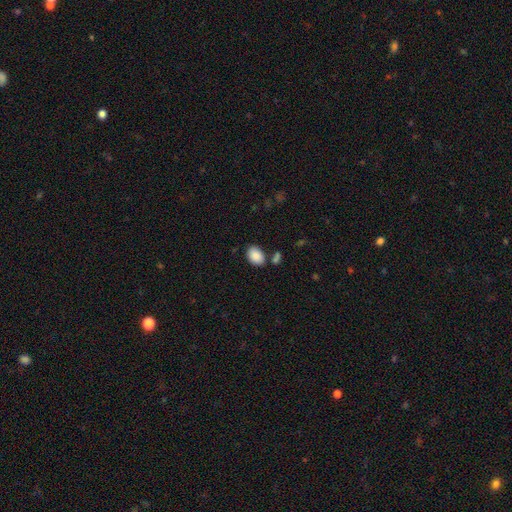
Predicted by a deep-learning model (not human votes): Q: Smooth or featured?
A: smooth (89%); runner-up: star or artifact (7%)
Q: How rounded?
A: in between (83%); runner-up: round (16%)
Q: Merging?
A: none (74%); runner-up: minor disturbance (13%)